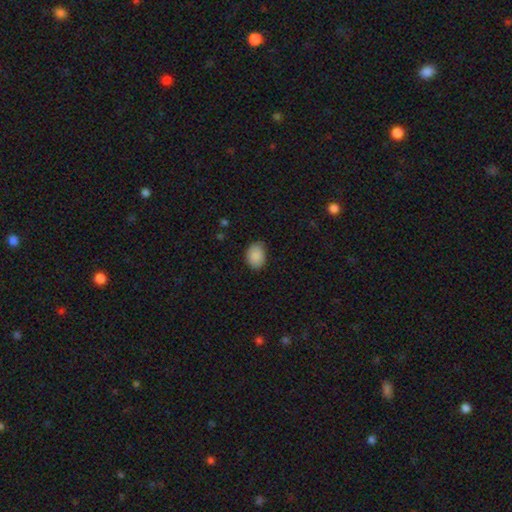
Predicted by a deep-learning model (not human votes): Q: Smooth or featured?
A: smooth (88%); runner-up: star or artifact (7%)
Q: How rounded?
A: in between (73%); runner-up: round (26%)
Q: Merging?
A: none (72%); runner-up: minor disturbance (24%)